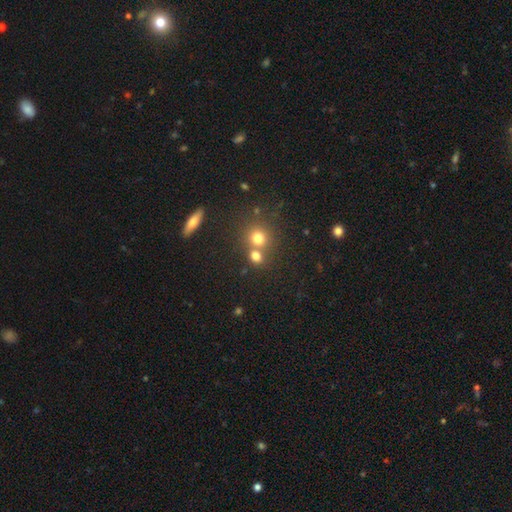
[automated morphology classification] The model was most divided on "merging": none: 50%, merger: 40%, minor disturbance: 7%, major disturbance: 3%. More confident: how rounded — round (77%); smooth or featured — smooth (74%).